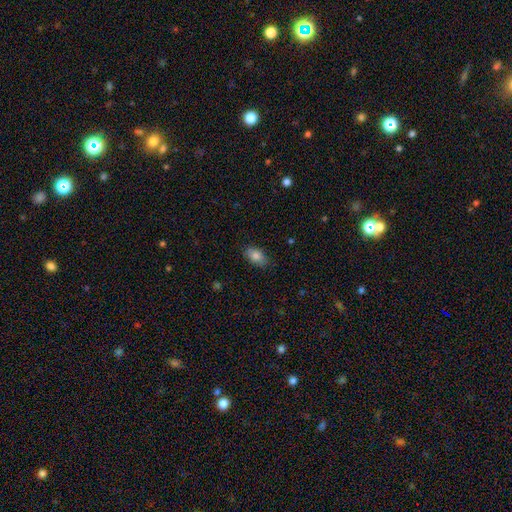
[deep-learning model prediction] This appears to be a smooth galaxy with no disk features (84%) that is in between round and cigar-shaped (90%). Merging: none (81%).